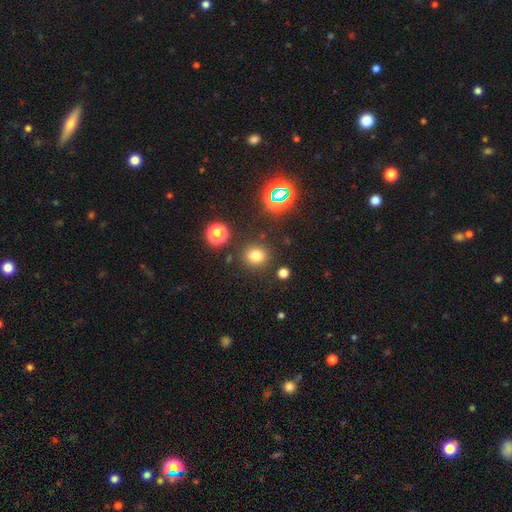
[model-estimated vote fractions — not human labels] Smooth or featured?
  - smooth: 75% *
  - star or artifact: 19%
  - featured or disk: 6%
How rounded?
  - round: 79% *
  - in between: 20%
  - cigar-shaped: 1%
Merging?
  - none: 85% *
  - minor disturbance: 8%
  - merger: 4%
  - major disturbance: 3%